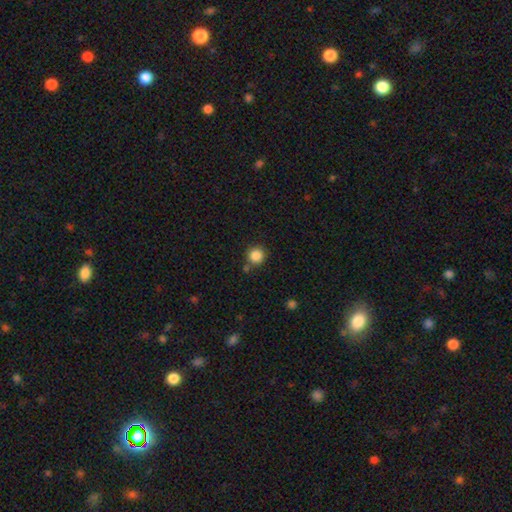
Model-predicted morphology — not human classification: The model was most divided on "merging": none: 77%, minor disturbance: 10%, merger: 9%, major disturbance: 3%. More confident: how rounded — round (93%); smooth or featured — smooth (86%).